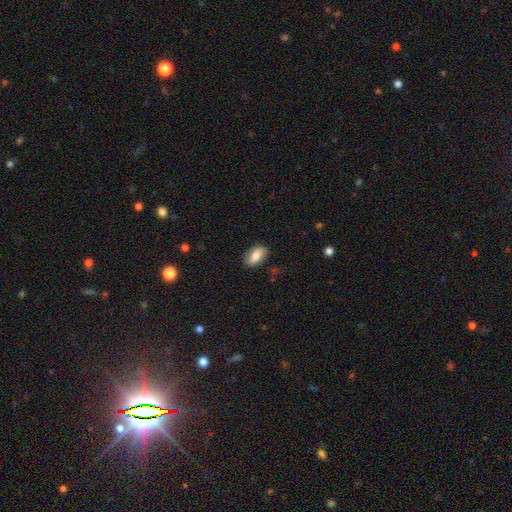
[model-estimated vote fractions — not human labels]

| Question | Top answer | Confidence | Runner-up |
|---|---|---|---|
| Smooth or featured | smooth | 73% | featured or disk (20%) |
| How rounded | in between | 90% | round (5%) |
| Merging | none | 79% | minor disturbance (16%) |